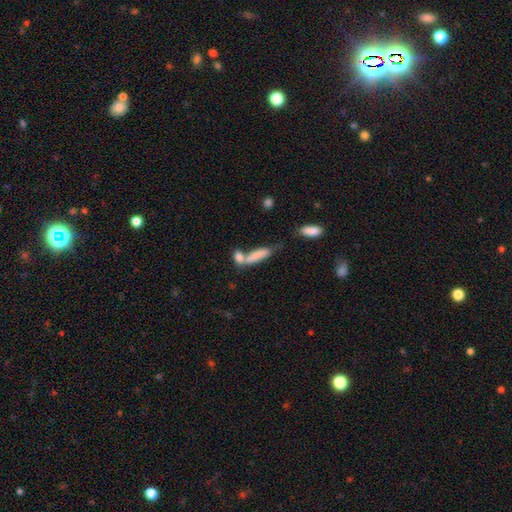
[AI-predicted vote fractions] Smooth or featured: smooth — 77% (featured or disk — 15%)
How rounded: cigar-shaped — 55% (in between — 41%)
Merging: merger — 48% (none — 32%)